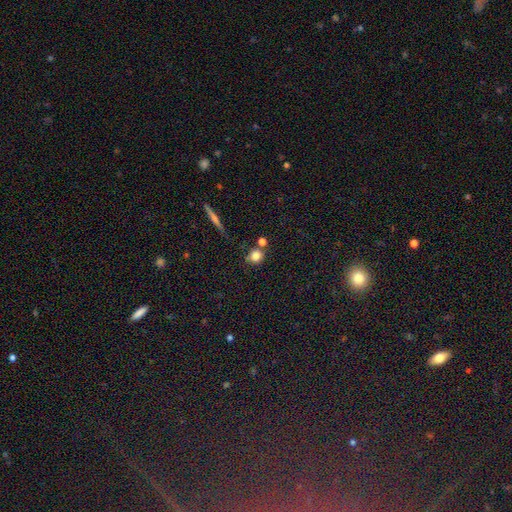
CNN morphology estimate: The model was most divided on "merging": none: 70%, merger: 15%, minor disturbance: 12%, major disturbance: 4%. More confident: how rounded — round (81%); smooth or featured — smooth (79%).